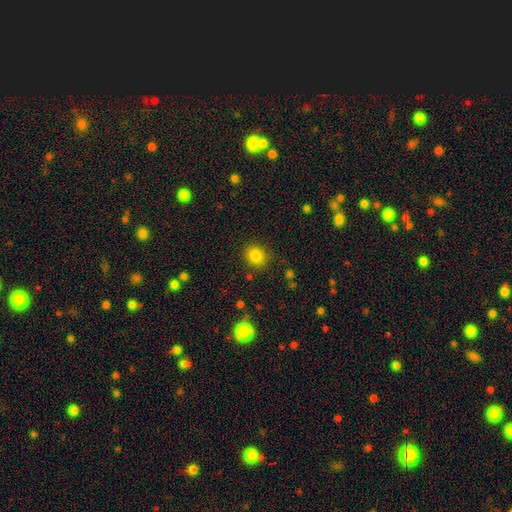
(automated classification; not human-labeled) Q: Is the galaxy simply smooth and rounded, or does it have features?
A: smooth — 83%.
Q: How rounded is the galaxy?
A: round — 78%.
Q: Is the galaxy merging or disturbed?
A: none — 87%.